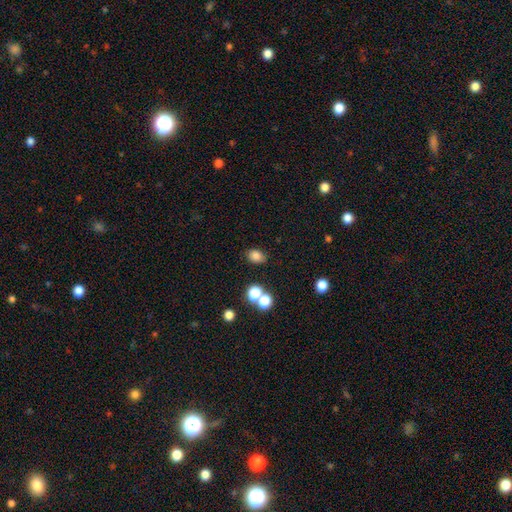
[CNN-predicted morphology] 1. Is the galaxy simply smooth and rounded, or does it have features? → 80% smooth, 13% star or artifact, 6% featured or disk.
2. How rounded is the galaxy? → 68% in between, 31% round, 1% cigar-shaped.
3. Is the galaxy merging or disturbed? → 78% none, 11% minor disturbance, 8% merger, 3% major disturbance.